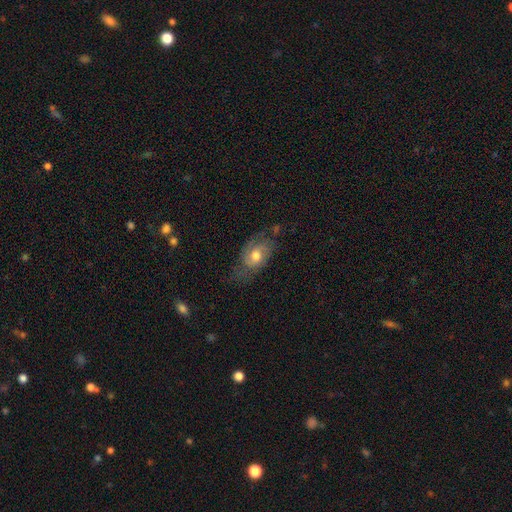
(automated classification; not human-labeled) Overall: featured or disk (52%; smooth 41%). Edge-on disk: no (92%). Merging: none (51%; minor disturbance 29%).